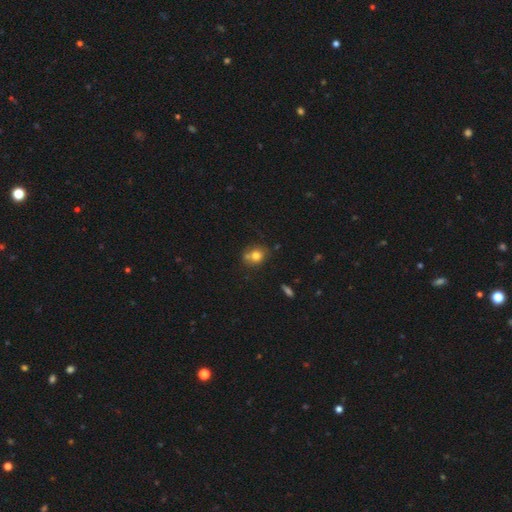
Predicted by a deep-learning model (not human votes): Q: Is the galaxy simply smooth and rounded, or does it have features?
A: smooth — 76%.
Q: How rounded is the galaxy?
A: round — 68%.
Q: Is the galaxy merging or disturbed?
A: none — 57%.